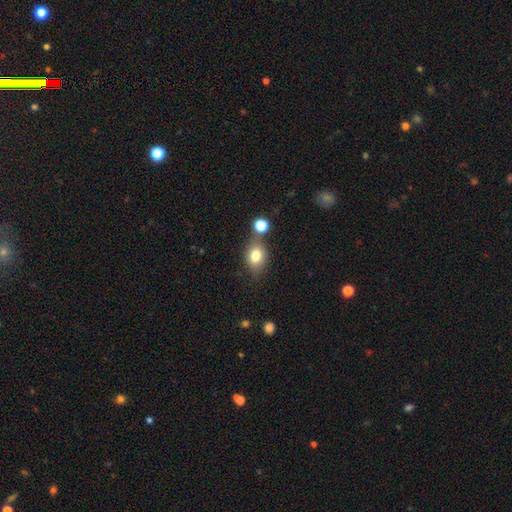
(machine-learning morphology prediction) type=smooth (78%); roundness=in between (61%); merging=none (63%).